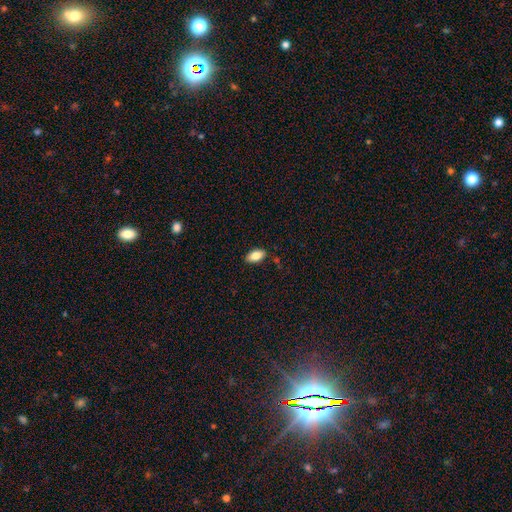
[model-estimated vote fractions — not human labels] Morphology: type=smooth (83%); roundness=in between (92%); merging=none (87%).